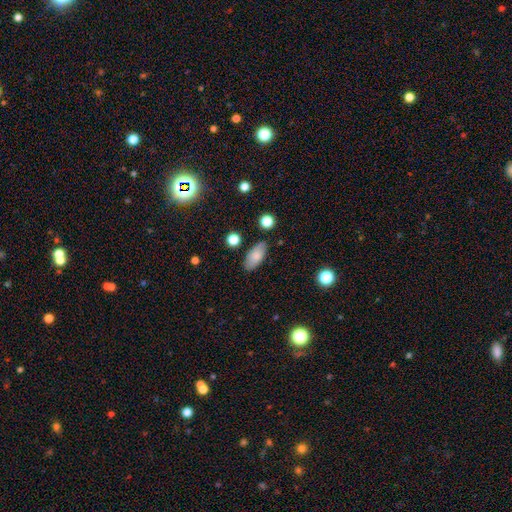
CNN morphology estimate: The model was most divided on "smooth or featured": smooth: 81%, featured or disk: 11%, star or artifact: 8%. More confident: how rounded — in between (89%); merging — none (83%).